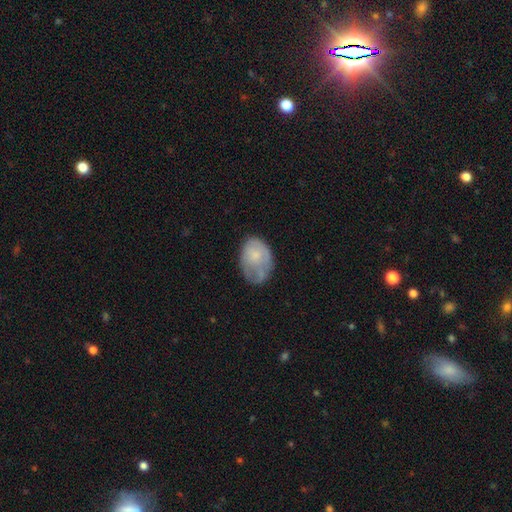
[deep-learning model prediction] Overall: smooth (57%; featured or disk 35%). How rounded: in between (81%). Merging: none (46%; minor disturbance 34%).